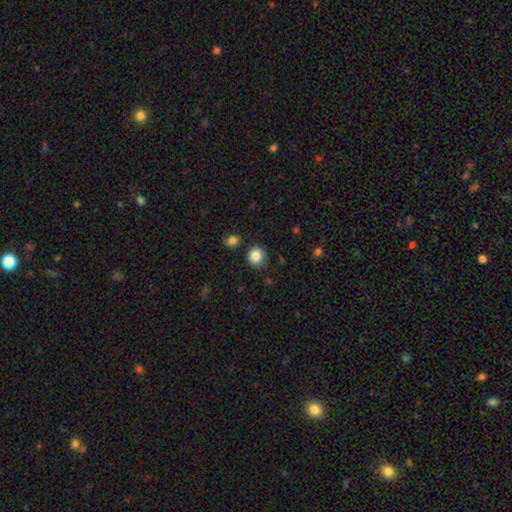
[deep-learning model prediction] Smooth or featured? smooth (86%)
How rounded? round (84%)
Merging? none (83%)